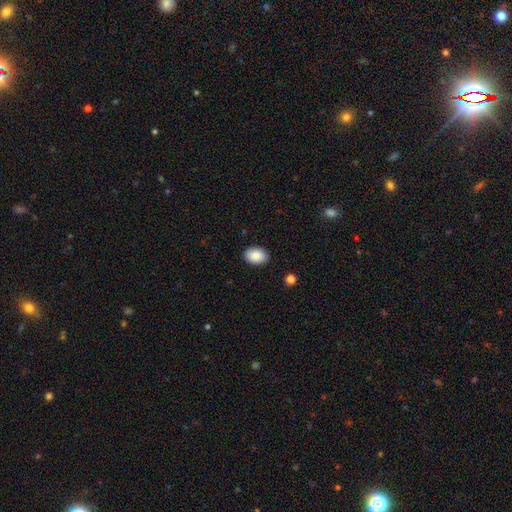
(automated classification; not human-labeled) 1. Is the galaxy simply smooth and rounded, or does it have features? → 89% smooth, 7% star or artifact, 4% featured or disk.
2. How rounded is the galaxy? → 83% in between, 16% round, 1% cigar-shaped.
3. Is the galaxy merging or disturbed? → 89% none, 8% minor disturbance, 2% major disturbance, 1% merger.